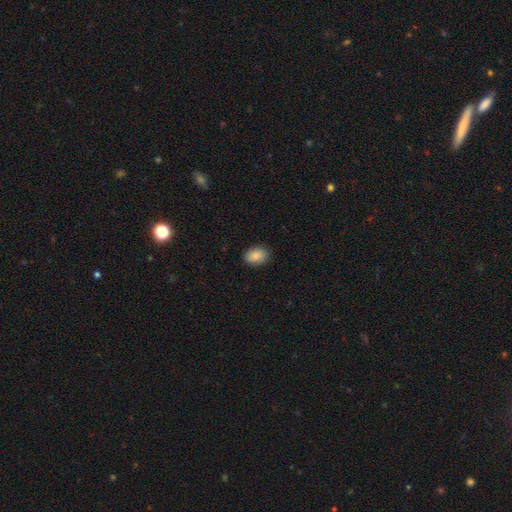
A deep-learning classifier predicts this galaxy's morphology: This appears to be a smooth galaxy with no disk features (88%) that is in between round and cigar-shaped (79%). Merging: none (88%).